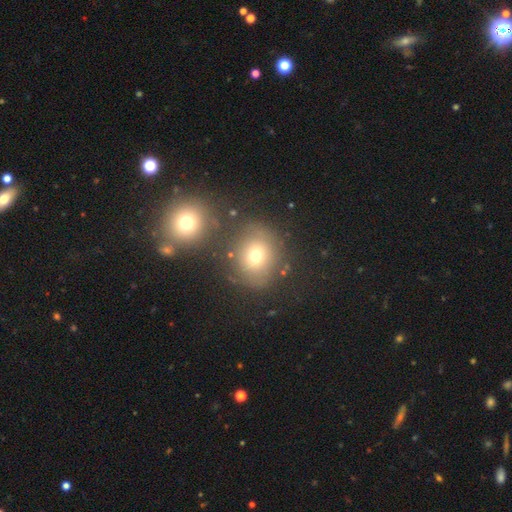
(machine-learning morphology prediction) type=smooth (68%); roundness=round (75%); merging=none (67%).